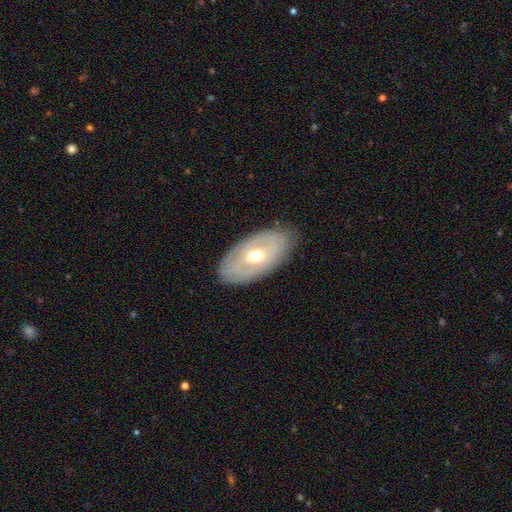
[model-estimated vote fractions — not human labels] smooth_or_featured: featured or disk (p=0.64) [alt: smooth p=0.30]
disk_edge_on: no (p=0.88) [alt: yes p=0.12]
bar: no (p=0.75) [alt: weak p=0.18]
has_spiral_arms: no (p=0.63) [alt: yes p=0.37]
bulge_size: moderate (p=0.74) [alt: small p=0.19]
merging: none (p=0.81) [alt: minor disturbance p=0.14]